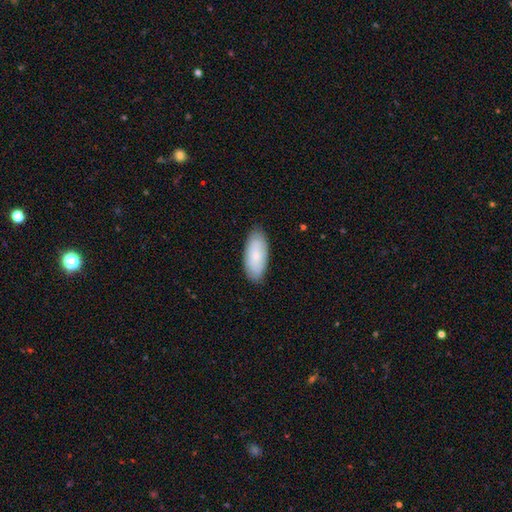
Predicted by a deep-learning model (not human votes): Smooth or featured? Predicted: smooth (p=0.77). How rounded? Predicted: in between (p=0.89). Merging? Predicted: none (p=0.85).